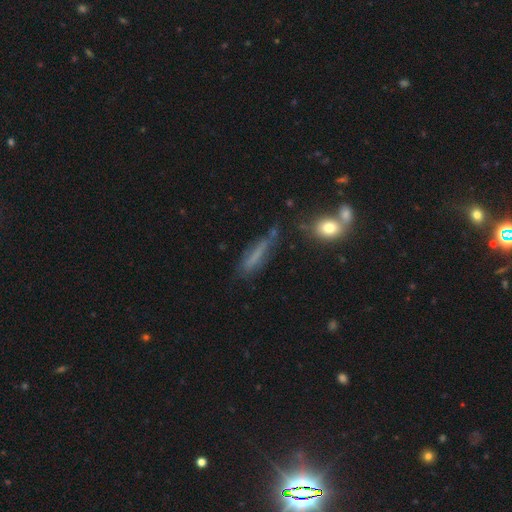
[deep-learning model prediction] The model was most divided on "smooth or featured": smooth: 54%, featured or disk: 34%, star or artifact: 12%. More confident: how rounded — cigar-shaped (80%); merging — none (56%).